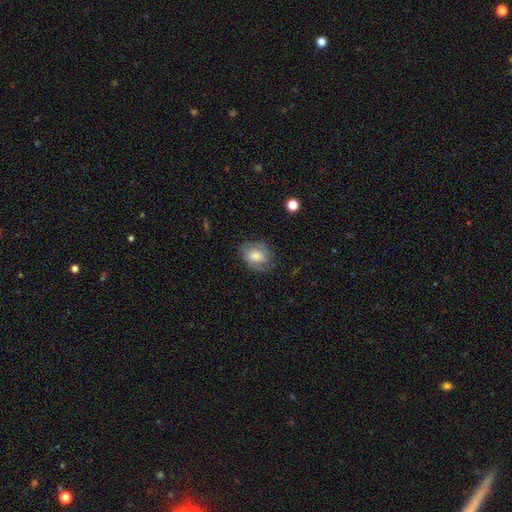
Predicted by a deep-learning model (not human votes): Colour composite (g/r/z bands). It shows a smooth galaxy with no disk features (63%) that is in between round and cigar-shaped (52%). Merging: none (73%).